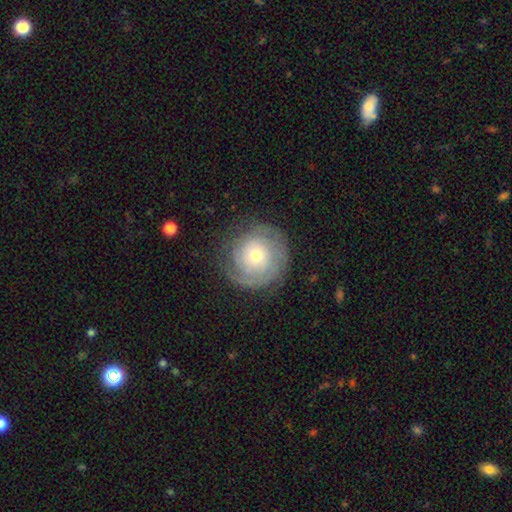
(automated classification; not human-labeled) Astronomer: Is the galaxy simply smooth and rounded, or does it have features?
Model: featured or disk — 68%.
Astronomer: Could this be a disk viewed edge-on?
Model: no — 97%.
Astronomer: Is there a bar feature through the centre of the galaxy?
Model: no — 84%.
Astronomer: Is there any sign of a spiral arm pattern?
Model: yes — 85%.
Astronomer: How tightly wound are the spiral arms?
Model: tight — 77%.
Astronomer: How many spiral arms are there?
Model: can't tell — 44% (runner-up: 2, 23%).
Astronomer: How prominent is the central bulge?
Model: moderate — 51% (runner-up: small, 42%).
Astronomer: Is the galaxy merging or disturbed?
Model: none — 78%.